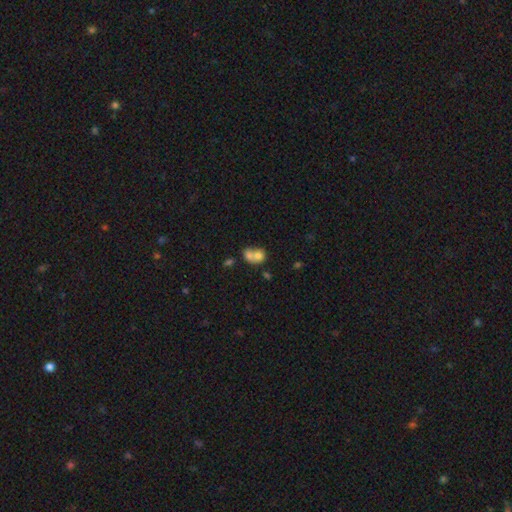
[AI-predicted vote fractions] This is likely a smooth galaxy (70%). How rounded: possibly round (57%). Merging: likely merger (70%).